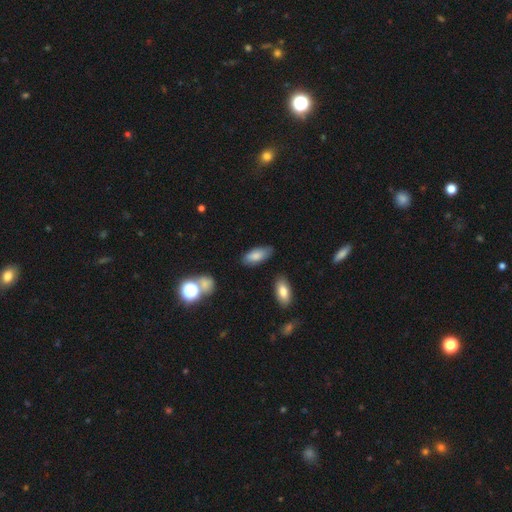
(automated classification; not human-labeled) smooth 80%, featured or disk 12%, star or artifact 8%. Down the decision tree: how rounded — in between (86%); merging — none (76%).